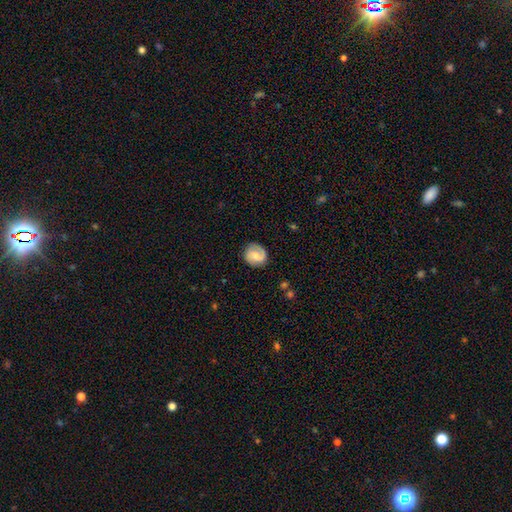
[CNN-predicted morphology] smooth-or-featured: featured or disk: 52% | smooth: 41% | star or artifact: 7%
  disk-edge-on: no: 98% | yes: 2%
    bar: no: 45% (tied) | weak: 45% (tied) | strong: 10%
    has-spiral-arms: yes: 88% | no: 12%
    bulge-size: moderate: 45% | small: 40% | none: 8% | large: 5% | dominant: 1%
  merging: none: 79% | minor disturbance: 15% | major disturbance: 5% | merger: 1%